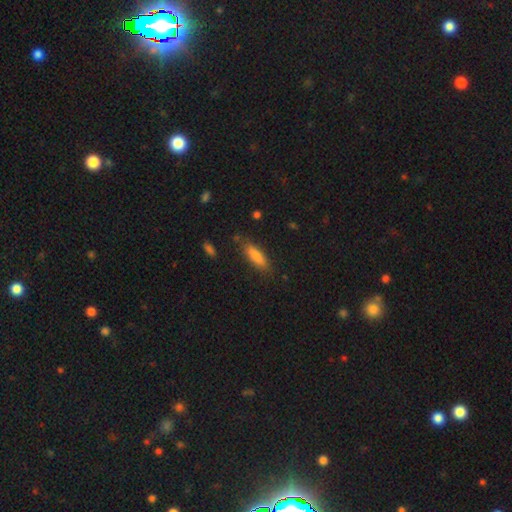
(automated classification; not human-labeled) Smooth or featured?
  - smooth: 81% *
  - featured or disk: 12%
  - star or artifact: 7%
How rounded?
  - cigar-shaped: 56% *
  - in between: 42%
  - round: 2%
Merging?
  - none: 81% *
  - minor disturbance: 14%
  - major disturbance: 3%
  - merger: 2%